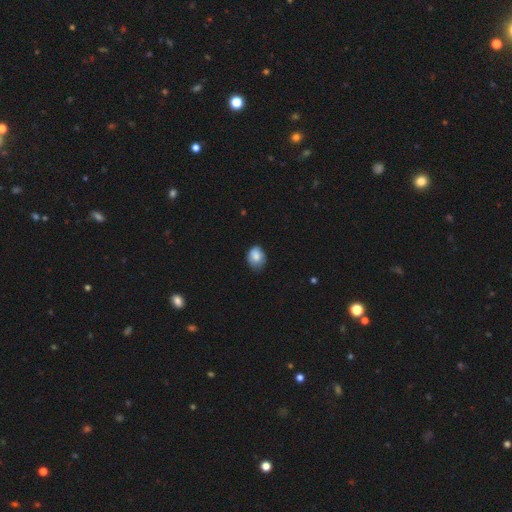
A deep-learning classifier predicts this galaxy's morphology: smooth 82%, featured or disk 10%, star or artifact 8%. Down the decision tree: how rounded — in between (55%); merging — none (64%).